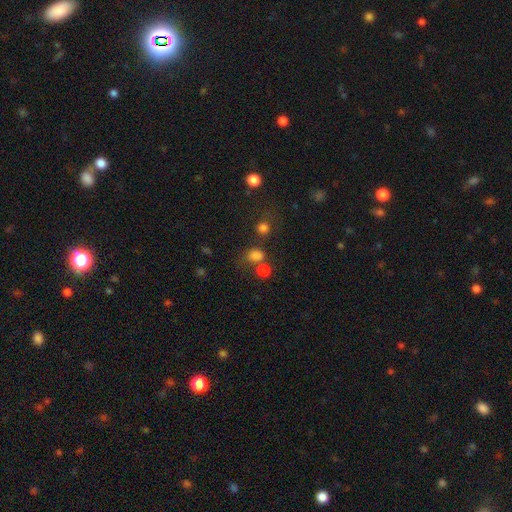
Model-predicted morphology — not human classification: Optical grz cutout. It shows a smooth galaxy with no disk features (74%) that is round (61%). Merging: none (51%).